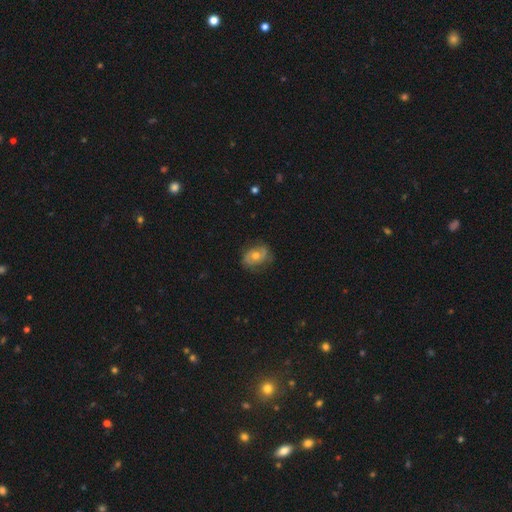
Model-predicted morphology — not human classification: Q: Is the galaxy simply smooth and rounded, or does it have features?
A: featured or disk — 56%.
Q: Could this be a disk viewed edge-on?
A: no — 96%.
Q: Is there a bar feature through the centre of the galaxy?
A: no — 73%.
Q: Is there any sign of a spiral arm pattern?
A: yes — 73%.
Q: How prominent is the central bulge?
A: moderate — 72%.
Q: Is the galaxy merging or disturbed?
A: none — 74%.